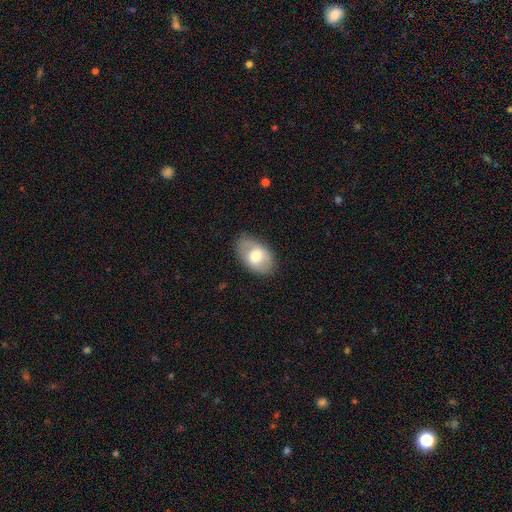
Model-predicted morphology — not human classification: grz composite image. It shows a smooth galaxy with no disk features (63%) that is in between round and cigar-shaped (89%). Merging: none (79%).